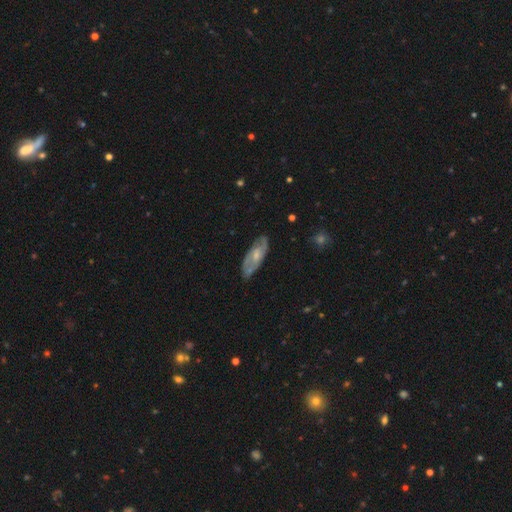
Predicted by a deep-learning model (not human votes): Overall: featured or disk (70%). Edge-on disk: no (86%). Bar: no (49%; weak 41%). Spiral arms: yes (83%). Bulge size: small (51%; moderate 36%). Merging: none (77%).